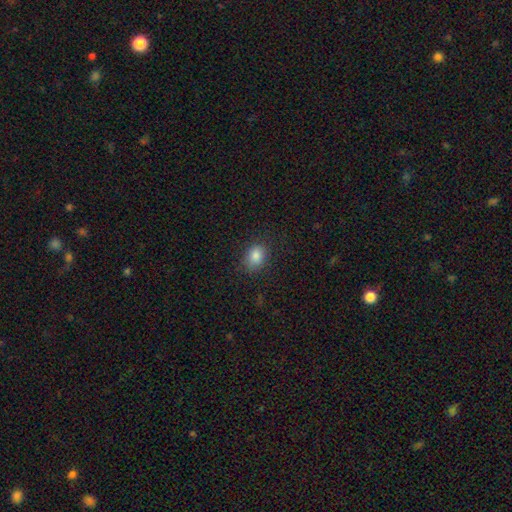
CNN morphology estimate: Overall: smooth (85%). How rounded: in between (65%; round 34%). Merging: none (81%).